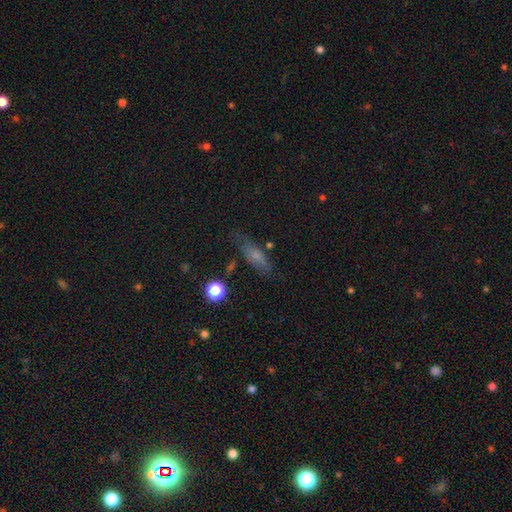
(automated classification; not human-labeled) smooth-or-featured: smooth: 55% | featured or disk: 29% | star or artifact: 16%
  how-rounded: in between: 52% | cigar-shaped: 42% | round: 6%
  merging: none: 68% | minor disturbance: 21% | major disturbance: 7% | merger: 4%